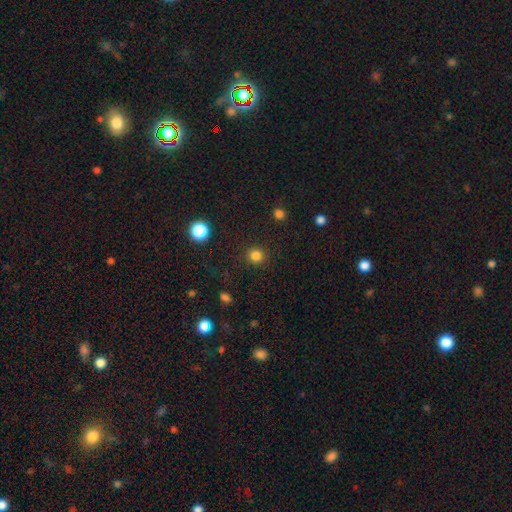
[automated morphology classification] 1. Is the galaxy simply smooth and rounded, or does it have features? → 81% smooth, 15% star or artifact, 4% featured or disk.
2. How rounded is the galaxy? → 91% round, 8% in between, 1% cigar-shaped.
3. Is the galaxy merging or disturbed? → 90% none, 6% minor disturbance, 3% major disturbance, 1% merger.